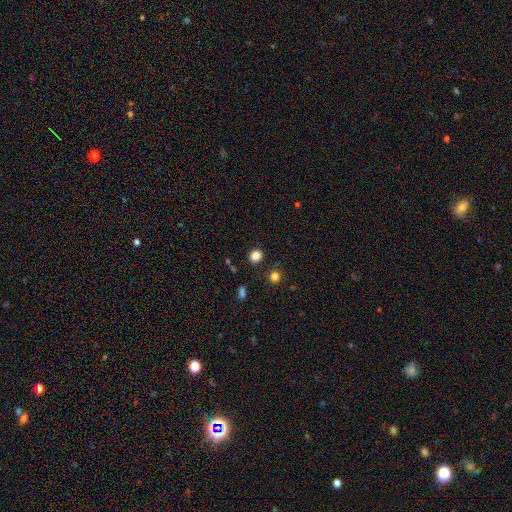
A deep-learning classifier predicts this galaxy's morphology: A smooth galaxy with no disk features (84%) that is round (74%). Merging: none (87%).